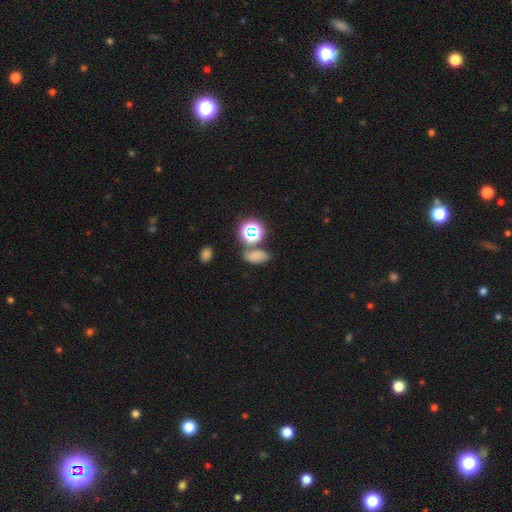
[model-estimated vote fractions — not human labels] smooth_or_featured: smooth (p=0.68) [alt: star or artifact p=0.24]
how_rounded: in between (p=0.82) [alt: round p=0.15]
merging: none (p=0.69) [alt: minor disturbance p=0.13]